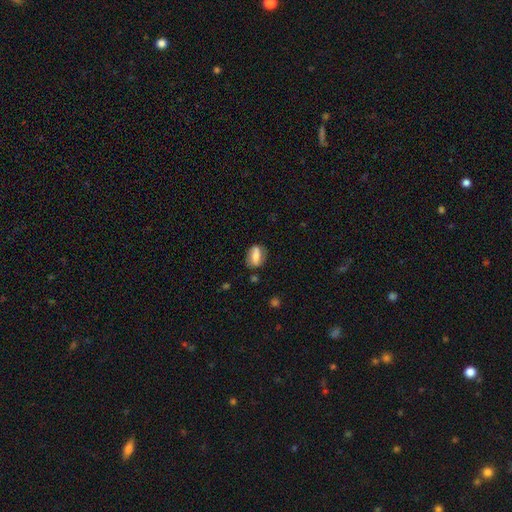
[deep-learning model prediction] Smooth or featured: smooth — 65% (featured or disk — 27%)
How rounded: in between — 76% (round — 14%)
Merging: none — 71% (minor disturbance — 20%)